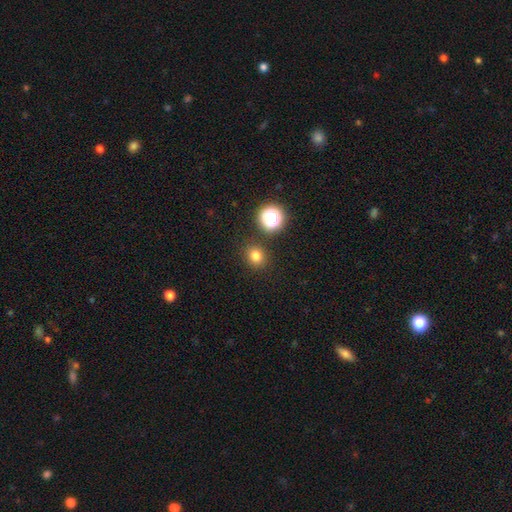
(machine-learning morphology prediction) smooth 77%, star or artifact 17%, featured or disk 6%. Down the decision tree: how rounded — round (76%); merging — none (86%).